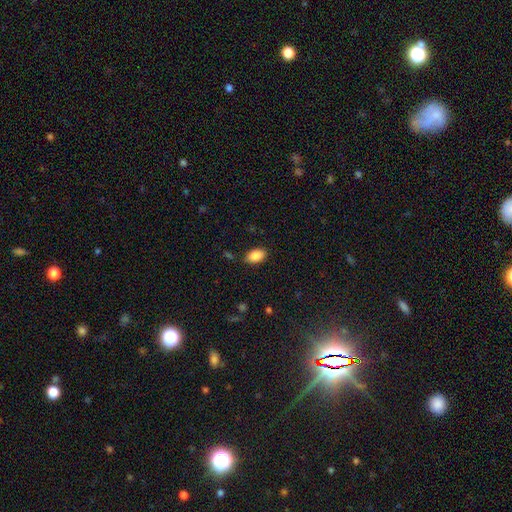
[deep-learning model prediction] Q: Smooth or featured?
A: smooth (89%); runner-up: star or artifact (7%)
Q: How rounded?
A: in between (92%); runner-up: round (6%)
Q: Merging?
A: none (85%); runner-up: minor disturbance (11%)